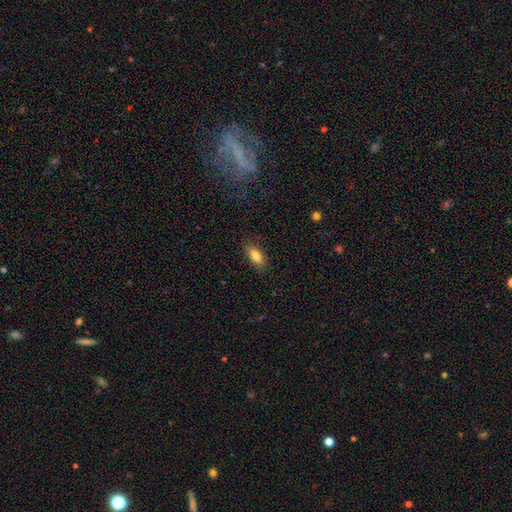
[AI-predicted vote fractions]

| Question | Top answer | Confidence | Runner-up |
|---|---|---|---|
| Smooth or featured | smooth | 83% | featured or disk (9%) |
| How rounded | in between | 84% | cigar-shaped (13%) |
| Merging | none | 85% | minor disturbance (11%) |